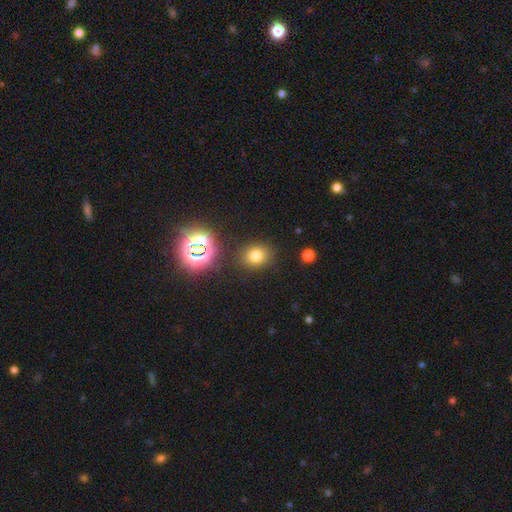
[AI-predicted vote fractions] Smooth or featured?
  - smooth: 72% *
  - star or artifact: 21%
  - featured or disk: 7%
How rounded?
  - round: 66% *
  - in between: 32%
  - cigar-shaped: 1%
Merging?
  - none: 86% *
  - minor disturbance: 8%
  - major disturbance: 3%
  - merger: 3%